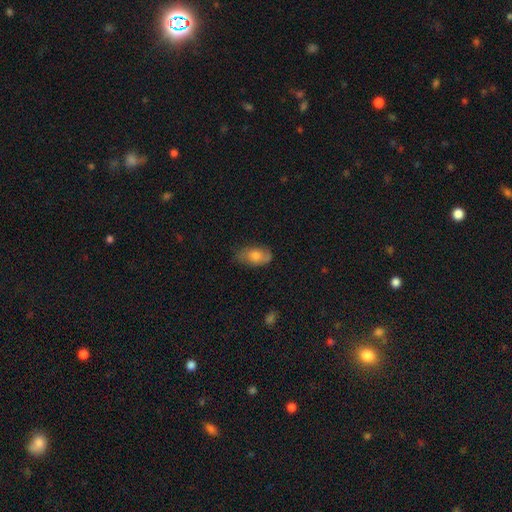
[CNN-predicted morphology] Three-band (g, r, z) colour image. It shows a smooth galaxy with no disk features (66%) that is in between round and cigar-shaped (89%). Merging: none (68%).